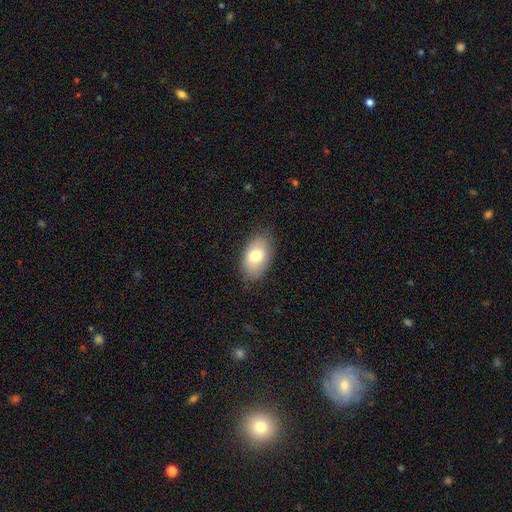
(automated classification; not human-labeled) Smooth or featured?
  - smooth: 77% *
  - featured or disk: 16%
  - star or artifact: 7%
How rounded?
  - in between: 92% *
  - round: 6%
  - cigar-shaped: 1%
Merging?
  - none: 82% *
  - minor disturbance: 14%
  - major disturbance: 3%
  - merger: 1%